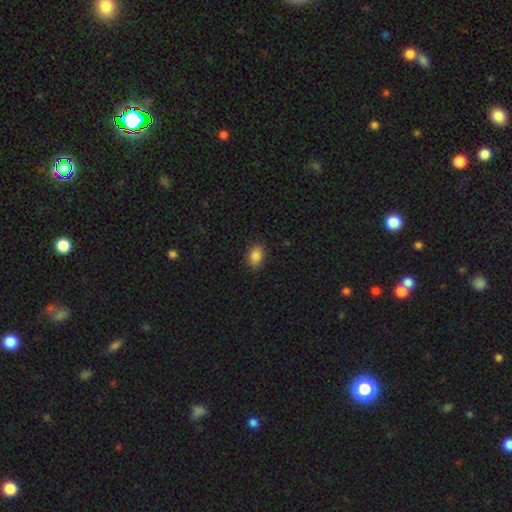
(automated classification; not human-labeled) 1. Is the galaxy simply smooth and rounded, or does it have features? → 87% smooth, 9% star or artifact, 4% featured or disk.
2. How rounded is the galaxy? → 85% in between, 13% round, 2% cigar-shaped.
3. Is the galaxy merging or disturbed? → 86% none, 11% minor disturbance, 2% major disturbance, 1% merger.